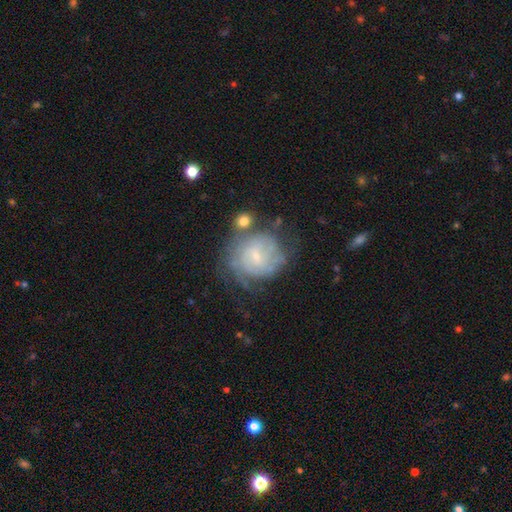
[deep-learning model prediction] Q: Smooth or featured?
A: featured or disk (69%); runner-up: smooth (23%)
Q: Edge-on disk?
A: no (97%); runner-up: yes (3%)
Q: Bar?
A: no (53%); runner-up: weak (40%)
Q: Spiral arms?
A: yes (82%); runner-up: no (18%)
Q: Spiral winding?
A: tight (64%); runner-up: medium (26%)
Q: Spiral arm count?
A: can't tell (56%); runner-up: 2 (15%)
Q: Bulge size?
A: small (74%); runner-up: moderate (19%)
Q: Merging?
A: none (55%); runner-up: minor disturbance (22%)